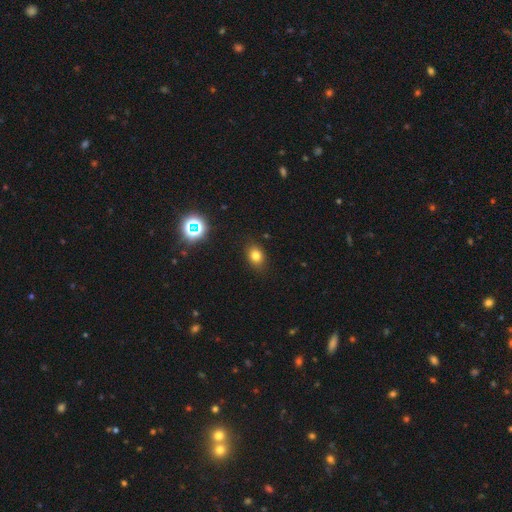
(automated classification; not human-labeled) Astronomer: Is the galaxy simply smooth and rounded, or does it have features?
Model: smooth — 78%.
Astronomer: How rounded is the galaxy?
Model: in between — 62% (runner-up: round, 37%).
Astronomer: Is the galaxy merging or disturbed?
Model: none — 87%.